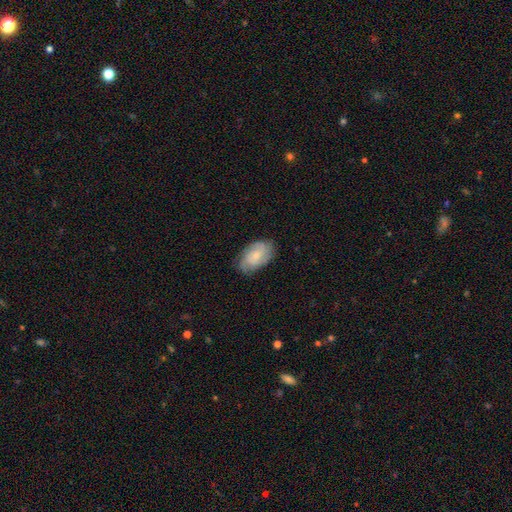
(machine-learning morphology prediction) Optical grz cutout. It shows a featured or disk galaxy (51%). Merging: none (71%).